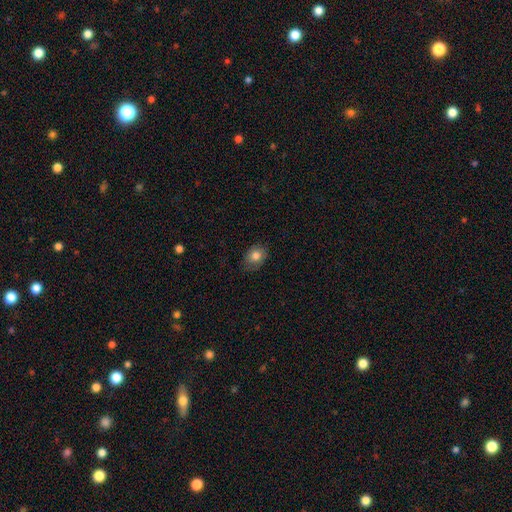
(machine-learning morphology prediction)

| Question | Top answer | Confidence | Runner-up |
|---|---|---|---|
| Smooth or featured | smooth | 81% | featured or disk (11%) |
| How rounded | in between | 69% | round (30%) |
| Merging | none | 77% | minor disturbance (18%) |